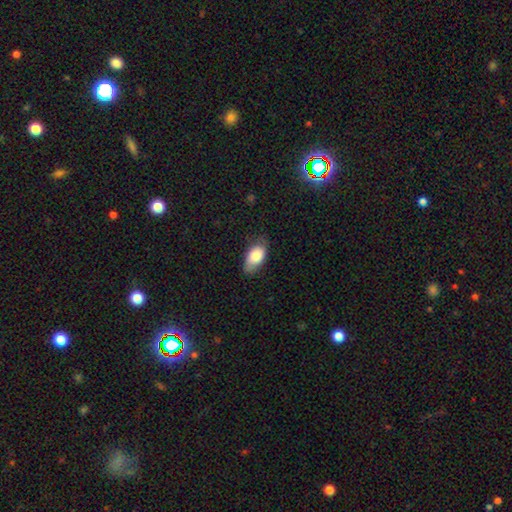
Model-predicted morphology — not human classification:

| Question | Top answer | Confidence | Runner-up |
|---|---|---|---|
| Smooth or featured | smooth | 81% | featured or disk (13%) |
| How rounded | in between | 92% | round (5%) |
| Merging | none | 69% | minor disturbance (25%) |